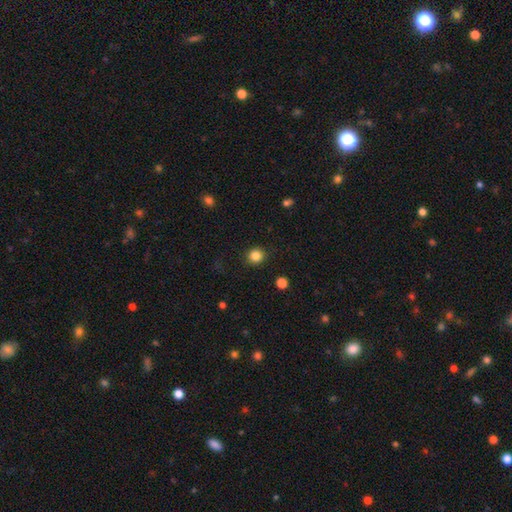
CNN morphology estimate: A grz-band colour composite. It shows a smooth galaxy with no disk features (84%) that is round (88%). Merging: none (91%).